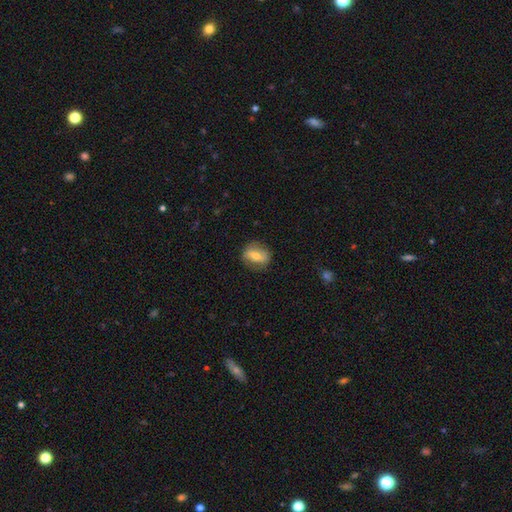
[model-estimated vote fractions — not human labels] Smooth or featured: smooth — 50% (featured or disk — 42%)
Merging: none — 81% (minor disturbance — 14%)